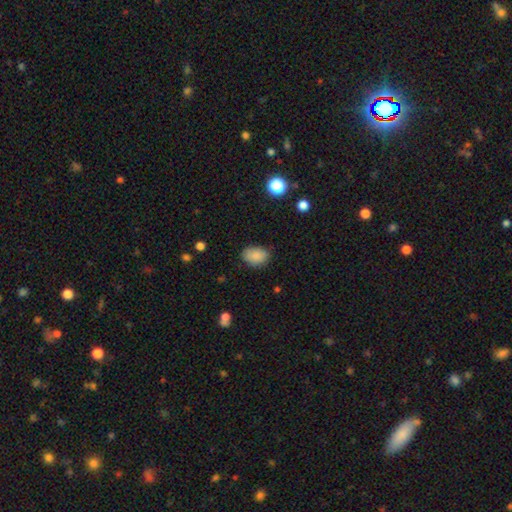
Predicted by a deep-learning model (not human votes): A smooth galaxy with no disk features (87%) that is in between round and cigar-shaped (80%).

Vote fractions:
- Smooth or featured? smooth: 87% / star or artifact: 9% / featured or disk: 4%
- How rounded? in between: 80% / round: 19% / cigar-shaped: 1%
- Merging? none: 77% / minor disturbance: 18% / major disturbance: 4% / merger: 1%